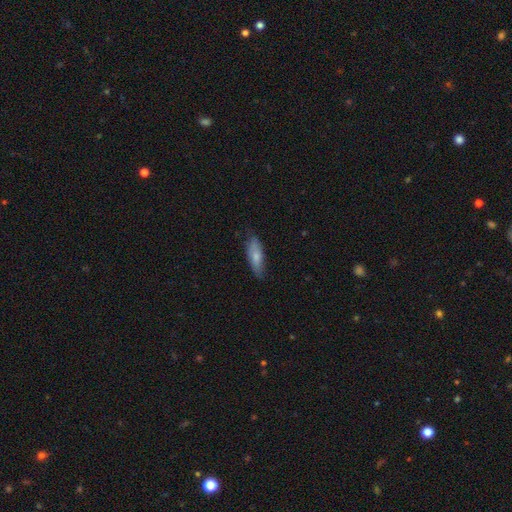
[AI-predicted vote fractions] This appears to be a smooth galaxy with no disk features (74%) that is in between round and cigar-shaped (61%). Merging: none (72%).